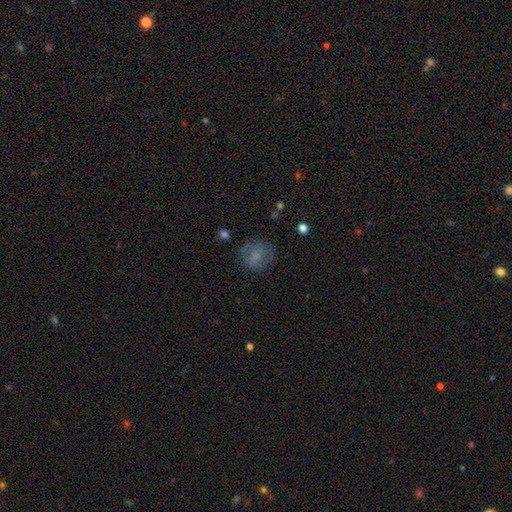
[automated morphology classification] smooth 58%, featured or disk 30%, star or artifact 12%. Down the decision tree: how rounded — round (73%); merging — none (68%).